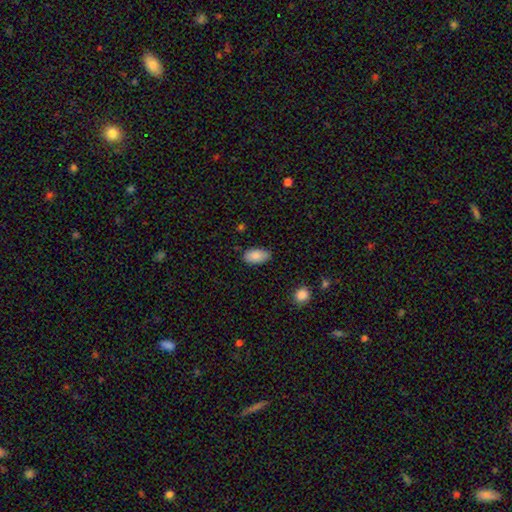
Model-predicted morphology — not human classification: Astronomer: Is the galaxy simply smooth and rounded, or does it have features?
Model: smooth — 86%.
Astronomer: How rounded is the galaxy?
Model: in between — 93%.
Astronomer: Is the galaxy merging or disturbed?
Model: none — 78%.